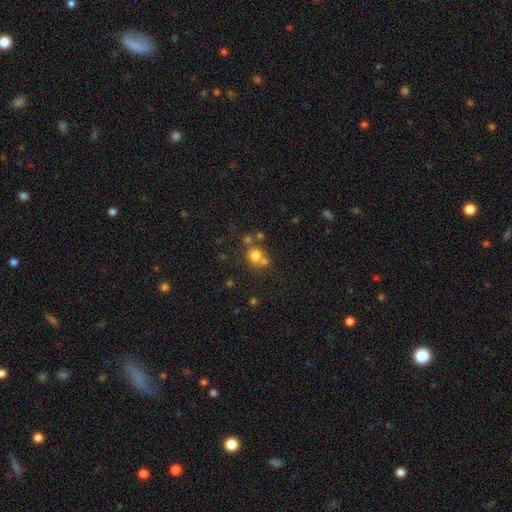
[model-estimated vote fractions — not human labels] Smooth or featured? smooth (74%)
How rounded? round (86%)
Merging? none (54%)